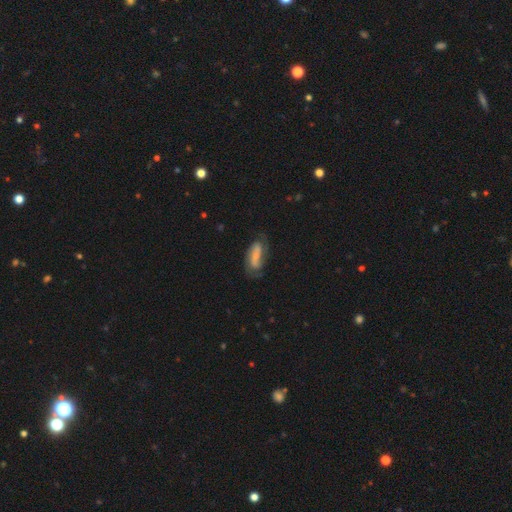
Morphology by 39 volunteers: Smooth or featured: featured or disk — 69% (smooth — 28%)
Edge-on disk: no — 89% (yes — 11%)
Bar: weak — 46% (no — 38%)
Spiral arms: yes — 88% (no — 12%)
Spiral winding: medium — 52% (tight — 29%)
Spiral arm count: 2 — 67% (can't tell — 24%)
Bulge size: small — 62% (moderate — 17%)
Merging: none — 63% (major disturbance — 24%)